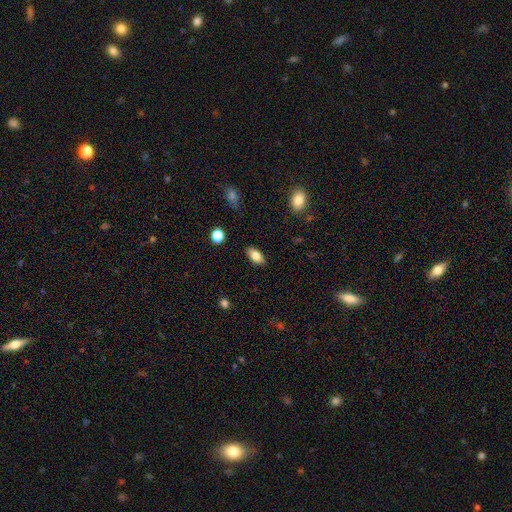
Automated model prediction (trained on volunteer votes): Morphology: type=smooth (81%); roundness=in between (90%); merging=none (87%).